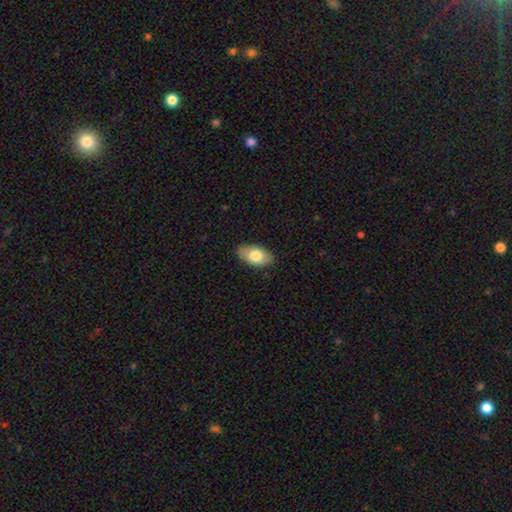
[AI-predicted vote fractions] Q: Smooth or featured?
A: smooth (77%); runner-up: featured or disk (17%)
Q: How rounded?
A: in between (94%); runner-up: round (4%)
Q: Merging?
A: none (85%); runner-up: minor disturbance (12%)